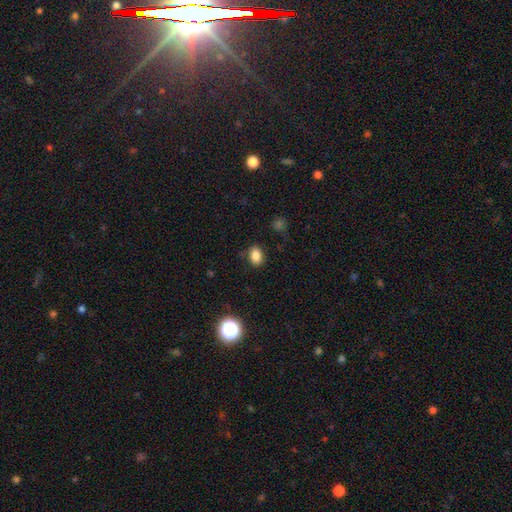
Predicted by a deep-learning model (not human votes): Overall: smooth (83%). How rounded: in between (71%). Merging: none (83%).